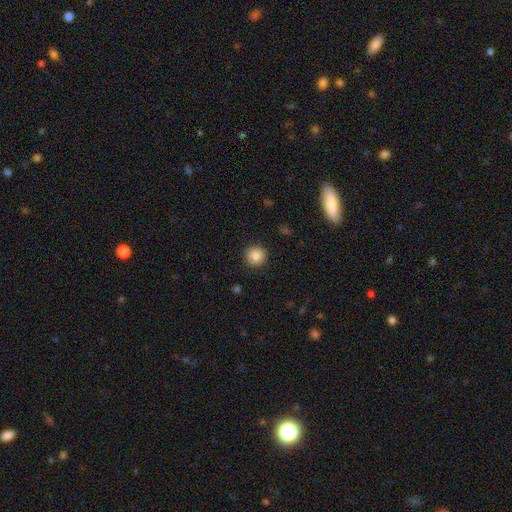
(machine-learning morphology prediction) type=smooth (86%); roundness=round (94%); merging=none (91%).